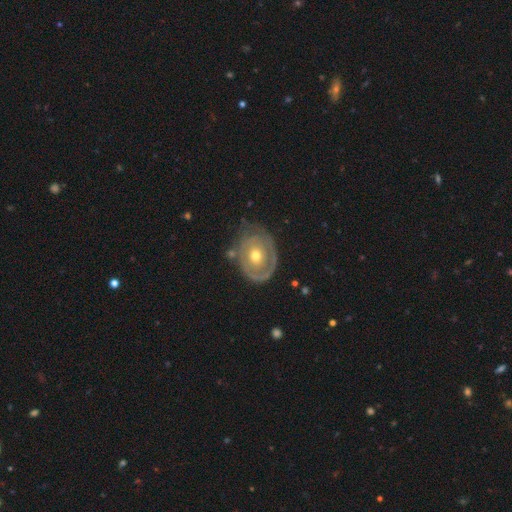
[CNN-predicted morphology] The model was most divided on "spiral arms": yes: 54%, no: 46%. More confident: edge-on disk — no (95%); bar — no (87%); smooth or featured — featured or disk (70%); bulge size — moderate (62%); merging — none (59%).